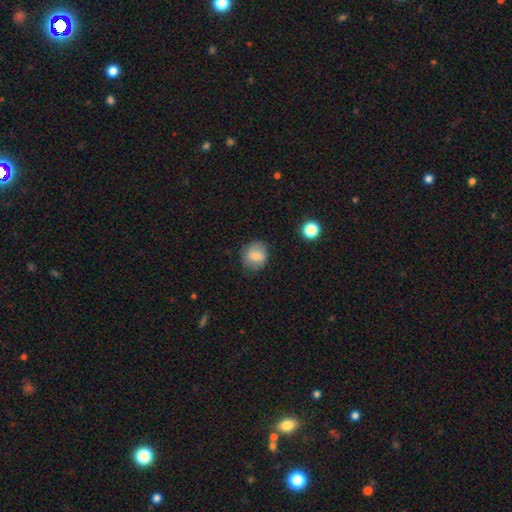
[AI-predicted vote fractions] Morphology: type=smooth (75%); roundness=round (76%); merging=none (75%).